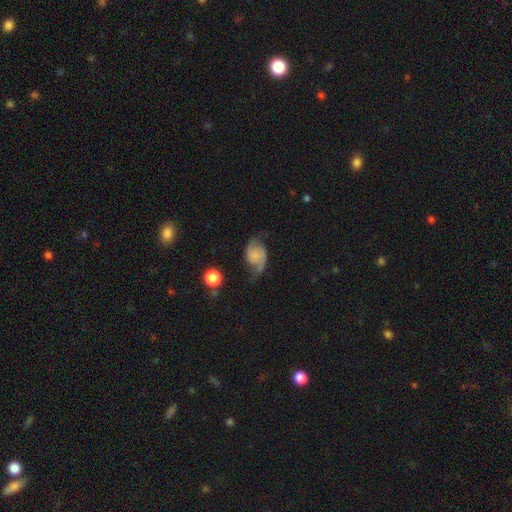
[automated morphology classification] This is likely a featured or disk galaxy (67%). It is clearly not viewed edge-on (97%). Bar: likely no (70%). Spiral arm pattern: clearly yes (94%). Spiral arm count: clearly 2 (88%). Spiral winding: possibly loose (50%). Central bulge: possibly none (48%). Merging: possibly none (55%).